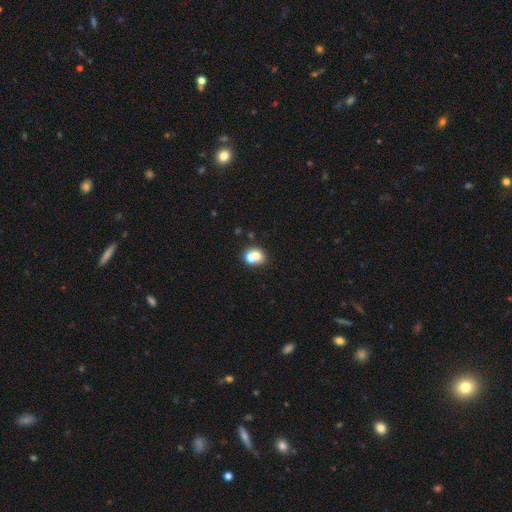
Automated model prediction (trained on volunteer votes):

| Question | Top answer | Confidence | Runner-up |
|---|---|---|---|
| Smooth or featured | smooth | 67% | featured or disk (21%) |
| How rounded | round | 64% | in between (35%) |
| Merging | merger | 53% | none (34%) |